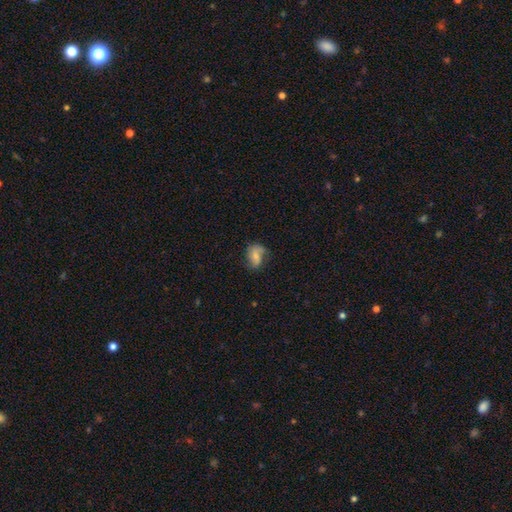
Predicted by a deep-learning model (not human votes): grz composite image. It shows a smooth galaxy with no disk features (62%) that is in between round and cigar-shaped (74%). Merging: none (54%).